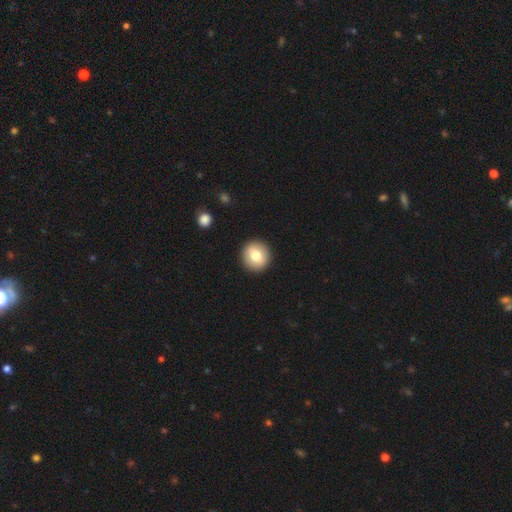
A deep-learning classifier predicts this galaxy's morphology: The model was most divided on "smooth or featured": smooth: 75%, featured or disk: 17%, star or artifact: 8%. More confident: merging — none (92%); how rounded — round (89%).